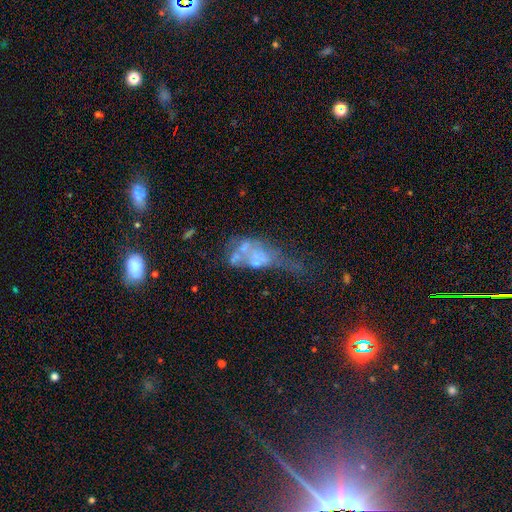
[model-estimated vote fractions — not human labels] Smooth or featured? featured or disk (53%)
Edge-on disk? no (93%)
Merging? major disturbance (35%)